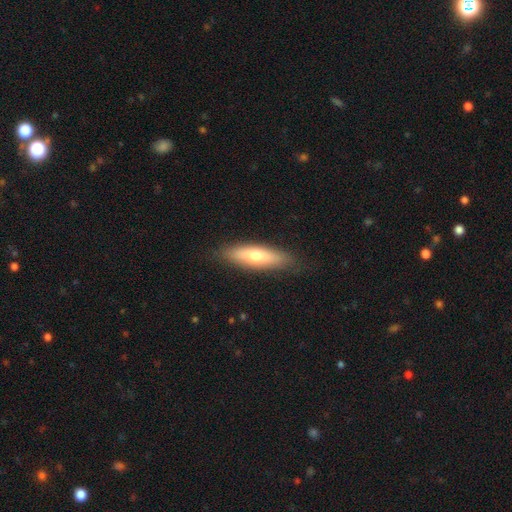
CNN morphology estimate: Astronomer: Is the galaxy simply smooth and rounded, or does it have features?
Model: smooth — 63%.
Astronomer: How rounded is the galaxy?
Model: cigar-shaped — 57% (runner-up: in between, 41%).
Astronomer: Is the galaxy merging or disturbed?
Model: none — 85%.